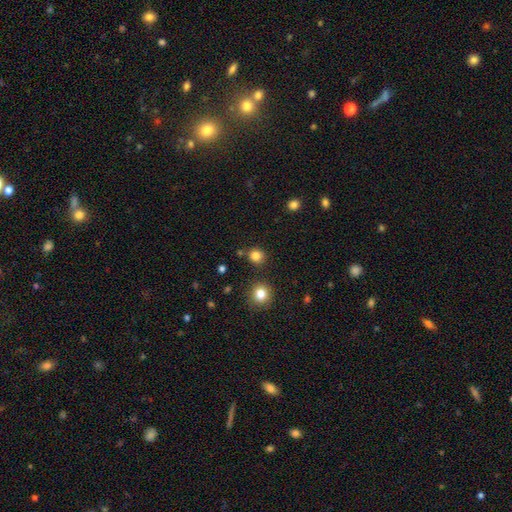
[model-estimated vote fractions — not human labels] Smooth or featured? Predicted: smooth (p=0.82). How rounded? Predicted: round (p=0.87). Merging? Predicted: none (p=0.84).